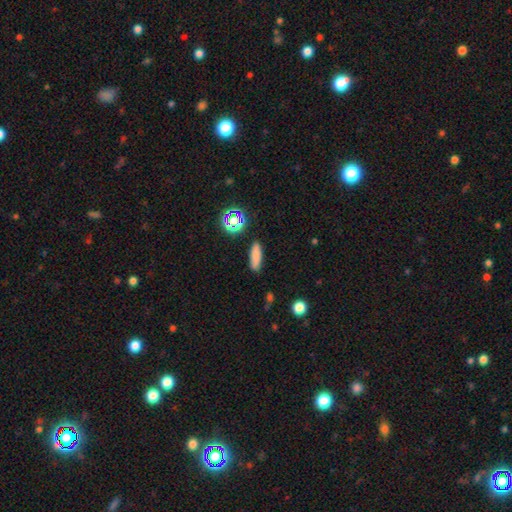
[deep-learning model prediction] Overall: smooth (79%). How rounded: cigar-shaped (53%; in between 43%). Merging: none (86%).